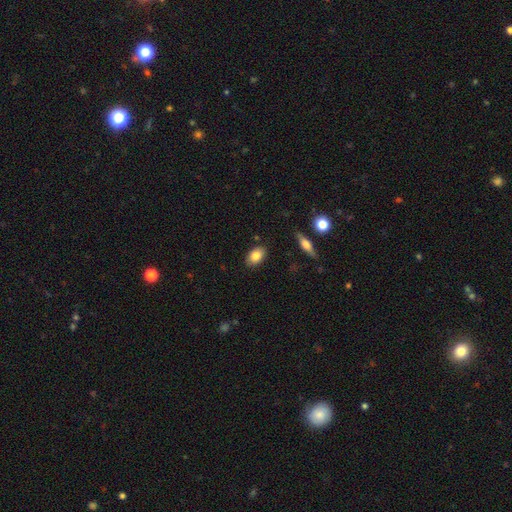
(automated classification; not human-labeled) Smooth or featured?
  - smooth: 84% *
  - featured or disk: 9%
  - star or artifact: 7%
How rounded?
  - in between: 87% *
  - round: 11%
  - cigar-shaped: 2%
Merging?
  - none: 86% *
  - minor disturbance: 10%
  - major disturbance: 2%
  - merger: 2%